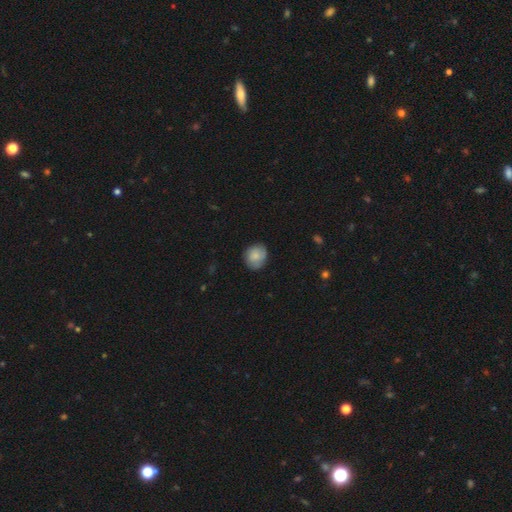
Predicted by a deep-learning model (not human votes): smooth-or-featured: smooth: 77% | featured or disk: 15% | star or artifact: 7%
  how-rounded: round: 73% | in between: 26% | cigar-shaped: 1%
  merging: none: 76% | minor disturbance: 19% | major disturbance: 4% | merger: 1%